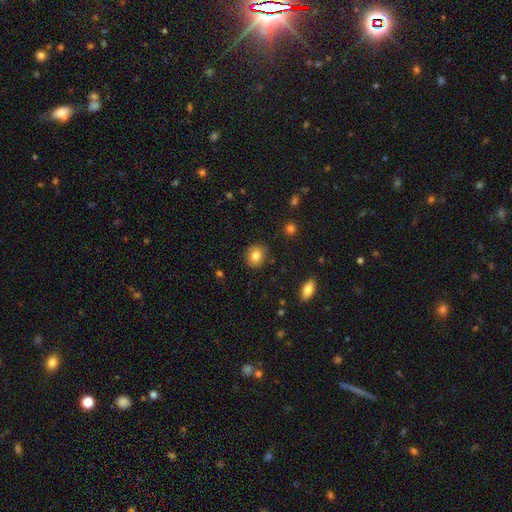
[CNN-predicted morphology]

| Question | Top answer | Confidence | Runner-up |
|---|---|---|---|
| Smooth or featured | smooth | 81% | featured or disk (10%) |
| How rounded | round | 74% | in between (25%) |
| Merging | none | 88% | minor disturbance (9%) |